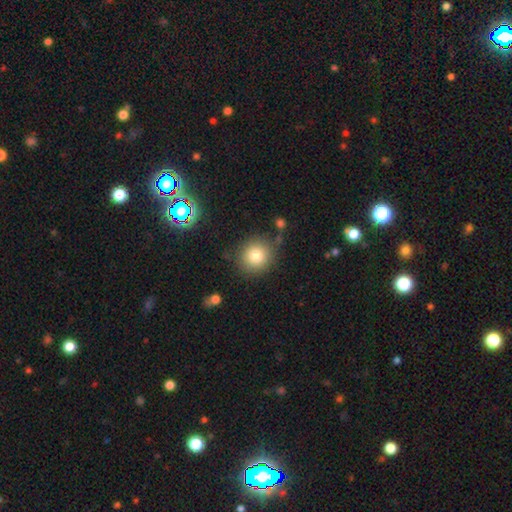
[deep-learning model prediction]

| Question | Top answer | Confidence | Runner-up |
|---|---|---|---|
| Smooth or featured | smooth | 80% | star or artifact (11%) |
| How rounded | round | 87% | in between (12%) |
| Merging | none | 82% | minor disturbance (11%) |